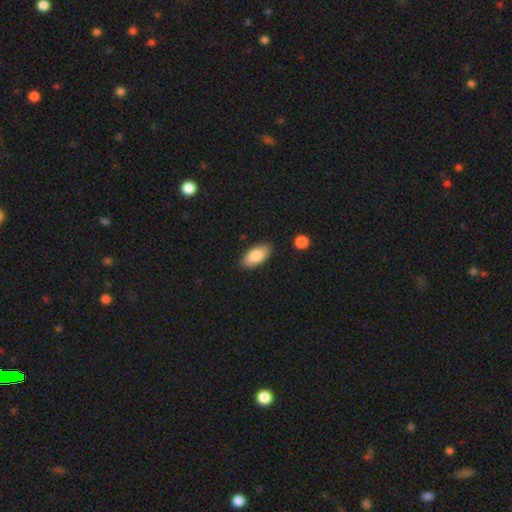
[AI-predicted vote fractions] Q: Smooth or featured?
A: smooth (85%); runner-up: featured or disk (9%)
Q: How rounded?
A: in between (92%); runner-up: cigar-shaped (6%)
Q: Merging?
A: none (86%); runner-up: minor disturbance (10%)